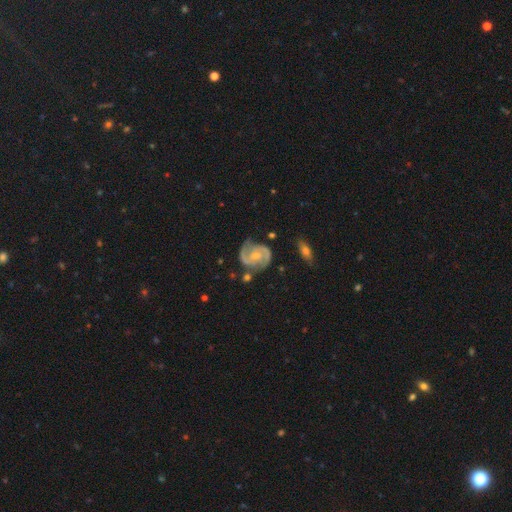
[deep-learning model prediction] A featured or disk galaxy (88%) with no bar (54%), 2 (88%) medium (51%) spiral arms (97%) and a small central bulge (53%).

Vote fractions:
- Smooth or featured? featured or disk: 88% / smooth: 7% / star or artifact: 5%
- Edge-on disk? no: 98% / yes: 2%
- Bar? no: 54% / weak: 36% / strong: 9%
- Spiral arms? yes: 97% / no: 3%
- Spiral winding? medium: 51% / tight: 37% / loose: 13%
- Spiral arm count? 2: 88% / can't tell: 4% / 3: 3% / 1: 2% / 4: 1% / more than 4: 1%
- Bulge size? small: 53% / moderate: 40% / none: 4% / large: 2% / dominant: 1%
- Merging? none: 68% / minor disturbance: 21% / major disturbance: 7% / merger: 5%